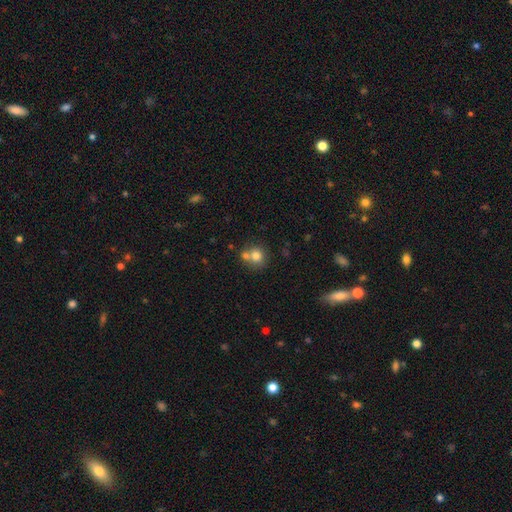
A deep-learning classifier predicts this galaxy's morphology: Smooth or featured? smooth (77%)
How rounded? round (87%)
Merging? none (51%)